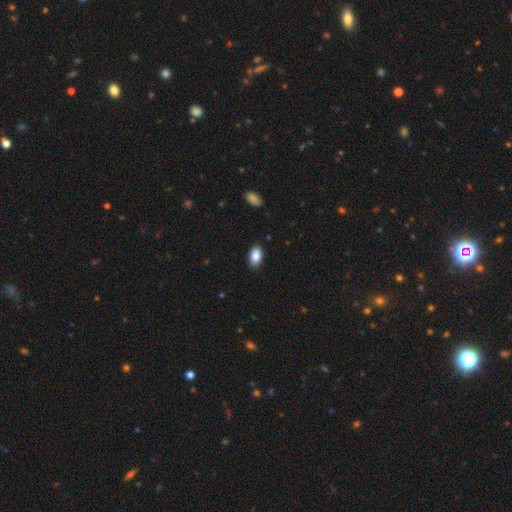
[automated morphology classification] smooth-or-featured: smooth: 88% | star or artifact: 7% | featured or disk: 5%
  how-rounded: in between: 92% | round: 7% | cigar-shaped: 1%
  merging: none: 85% | minor disturbance: 11% | major disturbance: 2% | merger: 1%